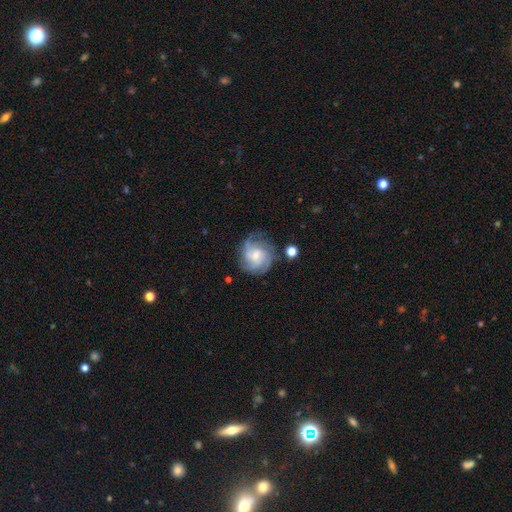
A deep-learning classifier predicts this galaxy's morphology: Smooth or featured? featured or disk (71%)
Edge-on disk? no (98%)
Bar? no (65%)
Spiral arms? yes (92%)
Spiral winding? tight (51%)
Spiral arm count? can't tell (33%)
Bulge size? small (52%)
Merging? none (71%)